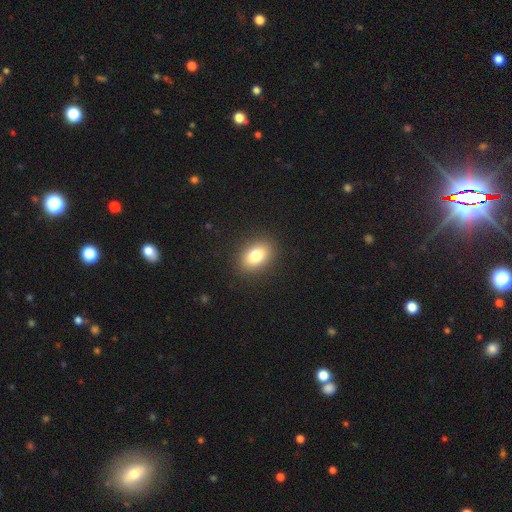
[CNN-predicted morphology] The model was most divided on "how rounded": in between: 77%, round: 21%, cigar-shaped: 2%. More confident: merging — none (89%); smooth or featured — smooth (79%).